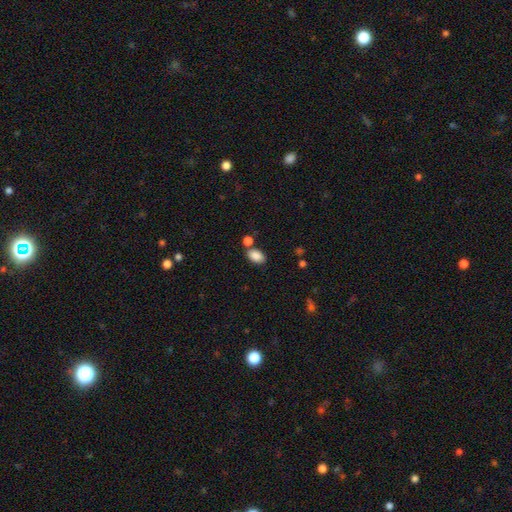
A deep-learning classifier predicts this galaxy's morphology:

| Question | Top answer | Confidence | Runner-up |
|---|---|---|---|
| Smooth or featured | smooth | 87% | star or artifact (8%) |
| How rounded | in between | 88% | round (10%) |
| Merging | none | 67% | merger (16%) |